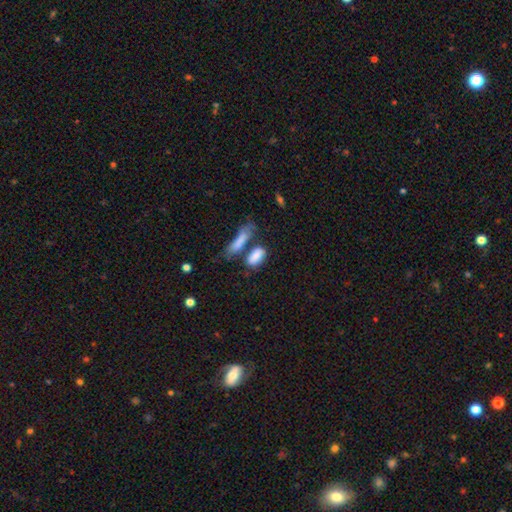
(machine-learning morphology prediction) Smooth or featured?
  - smooth: 82% *
  - featured or disk: 11%
  - star or artifact: 7%
How rounded?
  - in between: 77% *
  - cigar-shaped: 18%
  - round: 4%
Merging?
  - none: 44% *
  - merger: 33%
  - minor disturbance: 15%
  - major disturbance: 8%